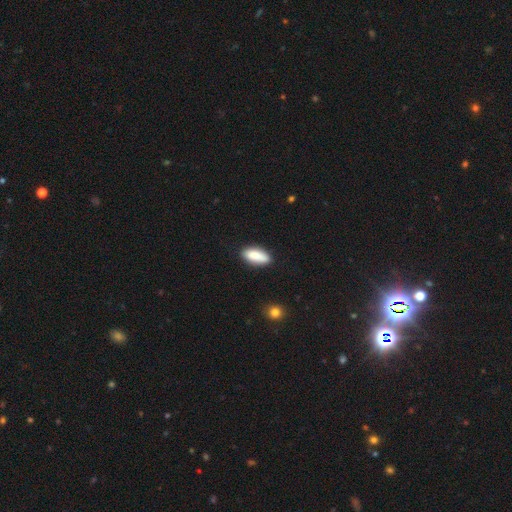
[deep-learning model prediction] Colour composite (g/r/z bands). It shows a smooth galaxy with no disk features (87%) that is in between round and cigar-shaped (80%). Merging: none (85%).